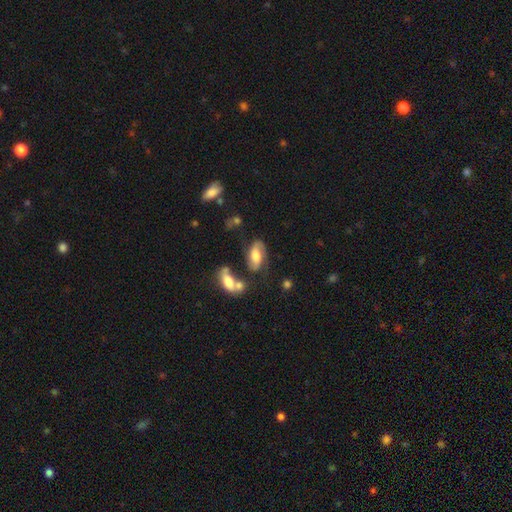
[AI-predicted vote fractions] Morphology: type=featured or disk (53%); edge-on=no (91%); merging=none (54%).